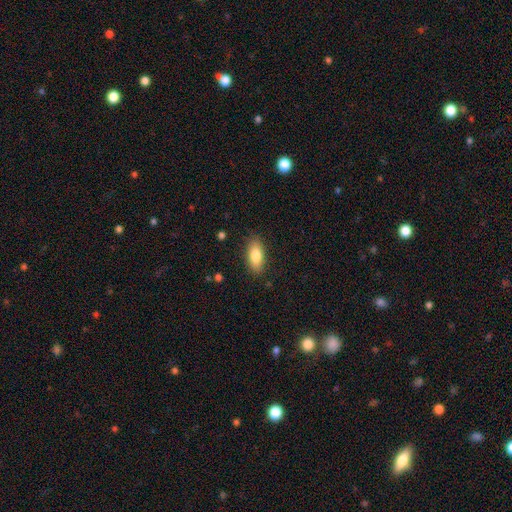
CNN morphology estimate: Smooth or featured? smooth (82%)
How rounded? in between (85%)
Merging? none (86%)